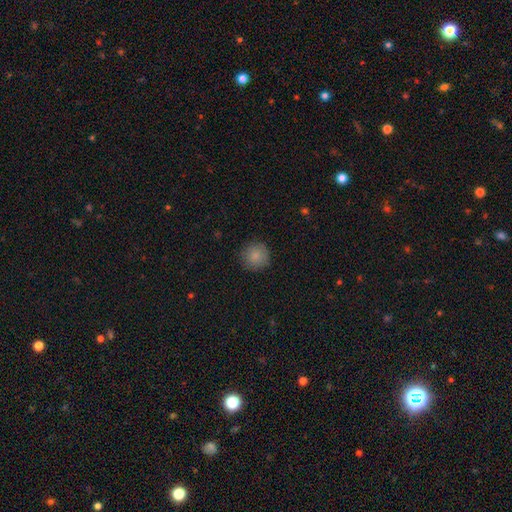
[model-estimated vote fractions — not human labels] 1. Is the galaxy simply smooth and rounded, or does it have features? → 85% smooth, 9% star or artifact, 5% featured or disk.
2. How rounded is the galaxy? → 94% round, 5% in between, 1% cigar-shaped.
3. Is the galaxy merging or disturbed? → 87% none, 10% minor disturbance, 2% major disturbance, 1% merger.